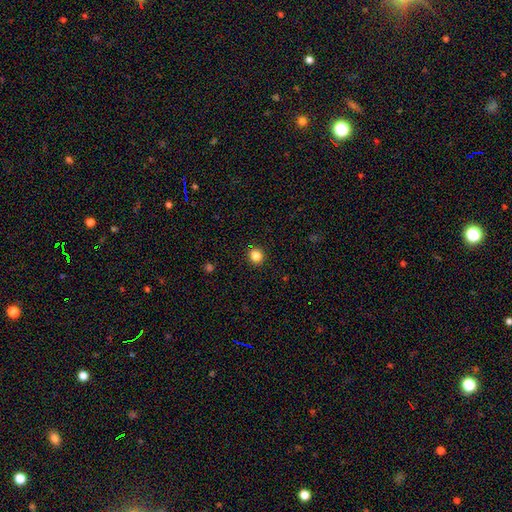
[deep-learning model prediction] Smooth or featured: smooth — 83% (star or artifact — 13%)
How rounded: round — 93% (in between — 6%)
Merging: none — 93% (minor disturbance — 5%)